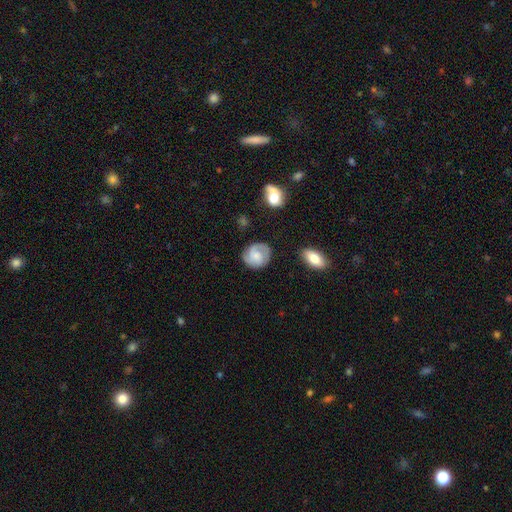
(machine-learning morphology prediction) Smooth or featured? featured or disk (60%)
Edge-on disk? no (97%)
Bar? no (53%)
Spiral arms? yes (92%)
Spiral winding? medium (44%)
Spiral arm count? 2 (75%)
Bulge size? small (41%)
Merging? none (77%)